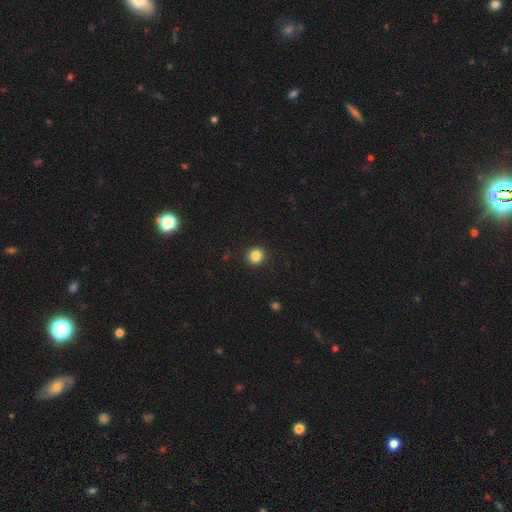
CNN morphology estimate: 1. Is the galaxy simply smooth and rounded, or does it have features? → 85% smooth, 11% star or artifact, 4% featured or disk.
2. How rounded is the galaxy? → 91% round, 8% in between, 1% cigar-shaped.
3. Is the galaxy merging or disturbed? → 92% none, 5% minor disturbance, 2% major disturbance, 1% merger.